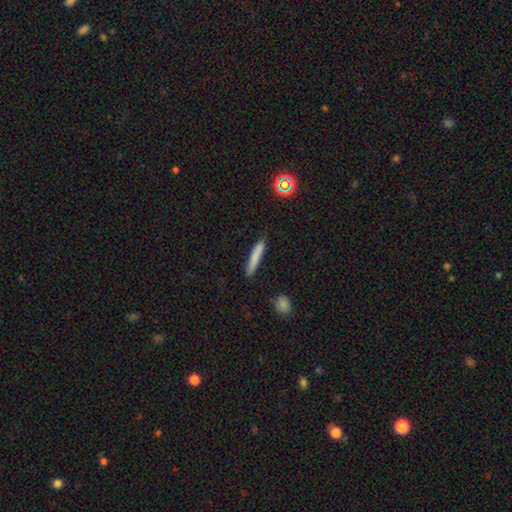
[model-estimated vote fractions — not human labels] A smooth galaxy with no disk features (80%) that is cigar-shaped (93%).

Vote fractions:
- Smooth or featured? smooth: 80% / featured or disk: 13% / star or artifact: 8%
- How rounded? cigar-shaped: 93% / in between: 6% / round: 1%
- Merging? none: 86% / minor disturbance: 10% / major disturbance: 2% / merger: 2%